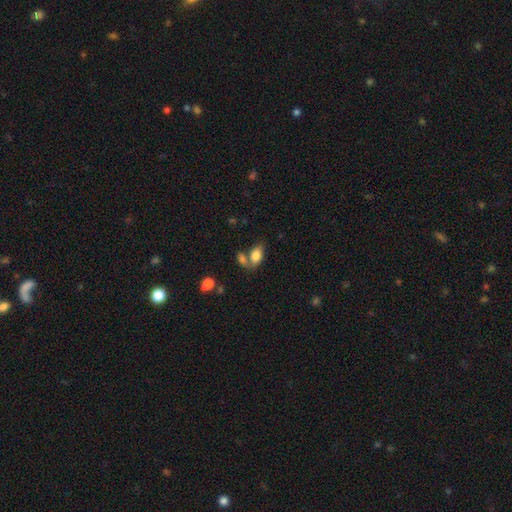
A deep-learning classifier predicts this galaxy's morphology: This is clearly a smooth galaxy (81%). How rounded: clearly in between (89%). Merging: marginally none (42%).